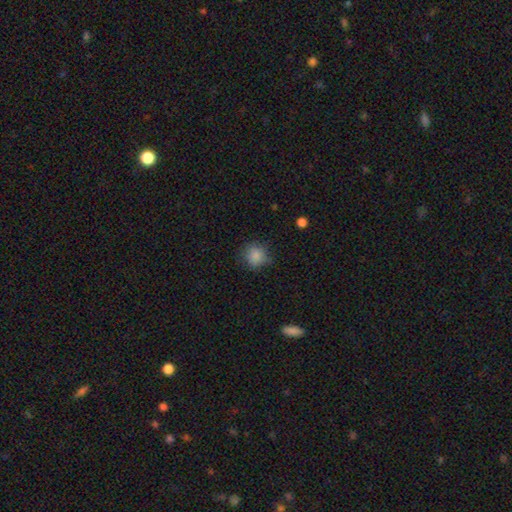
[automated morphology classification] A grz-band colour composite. It shows a smooth galaxy with no disk features (85%) that is round (87%). Merging: none (78%).